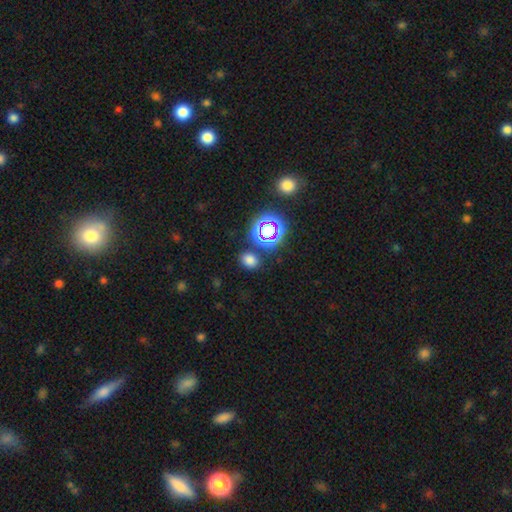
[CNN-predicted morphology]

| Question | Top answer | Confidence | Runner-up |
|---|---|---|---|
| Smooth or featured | star or artifact | 54% | smooth (38%) |